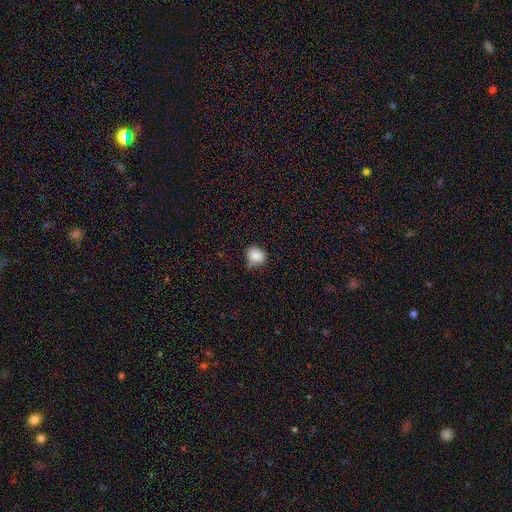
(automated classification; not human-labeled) This appears to be a smooth galaxy with no disk features (86%) that is round (70%). Merging: none (67%).